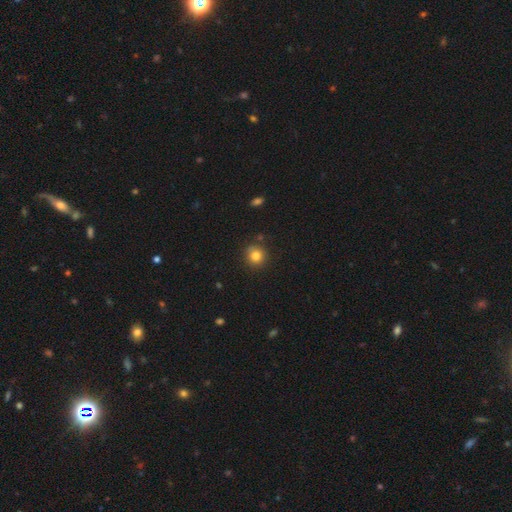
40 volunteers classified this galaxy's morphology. smooth-or-featured: smooth: 82% | featured or disk: 10% | star or artifact: 8%
  how-rounded: round: 82% | in between: 18% | cigar-shaped: 0%
  merging: none: 89% | minor disturbance: 8% | merger: 3% | major disturbance: 0%